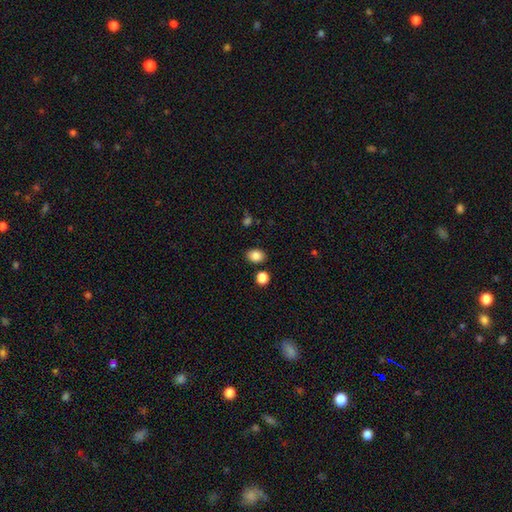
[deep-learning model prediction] Overall: smooth (85%). How rounded: in between (62%; round 37%). Merging: none (84%).